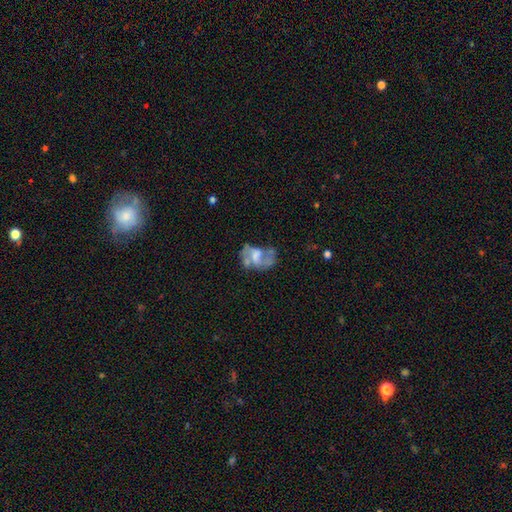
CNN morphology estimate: This is possibly a featured or disk galaxy (59%). It is clearly not viewed edge-on (97%). Bar: possibly no (56%). Spiral arm pattern: possibly no (59%). Central bulge: marginally none (36%). Merging: marginally none (33%).